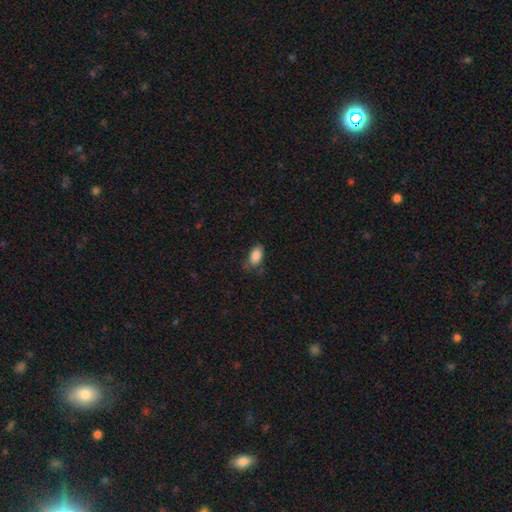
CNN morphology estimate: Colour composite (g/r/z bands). It shows a smooth galaxy with no disk features (87%) that is in between round and cigar-shaped (92%). Merging: none (63%).